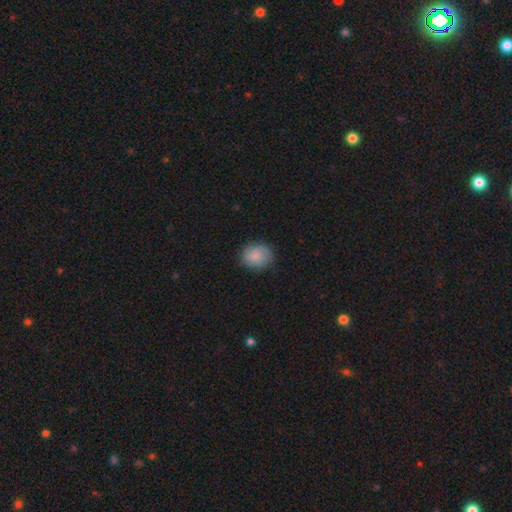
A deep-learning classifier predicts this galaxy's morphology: Q: Smooth or featured?
A: smooth (81%); runner-up: featured or disk (11%)
Q: How rounded?
A: round (68%); runner-up: in between (31%)
Q: Merging?
A: none (77%); runner-up: minor disturbance (18%)